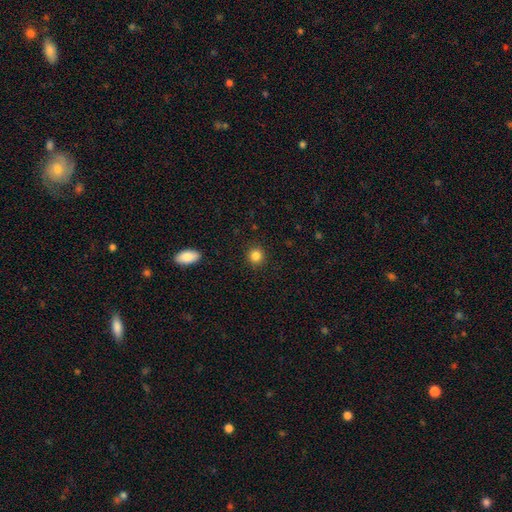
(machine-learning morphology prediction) The model was most divided on "smooth or featured": smooth: 85%, star or artifact: 11%, featured or disk: 4%. More confident: merging — none (91%); how rounded — round (89%).